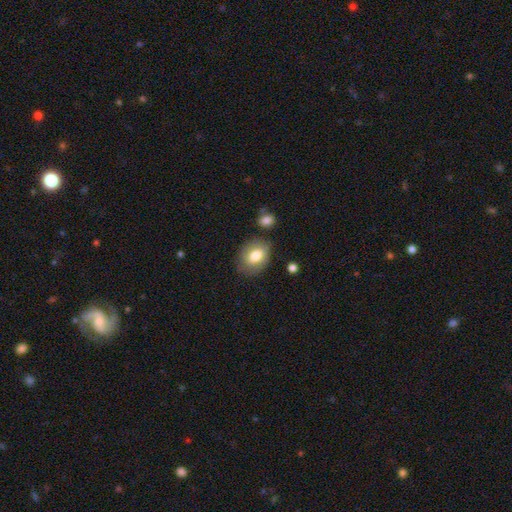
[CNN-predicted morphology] This appears to be a smooth galaxy with no disk features (78%) that is in between round and cigar-shaped (68%). Merging: none (73%).